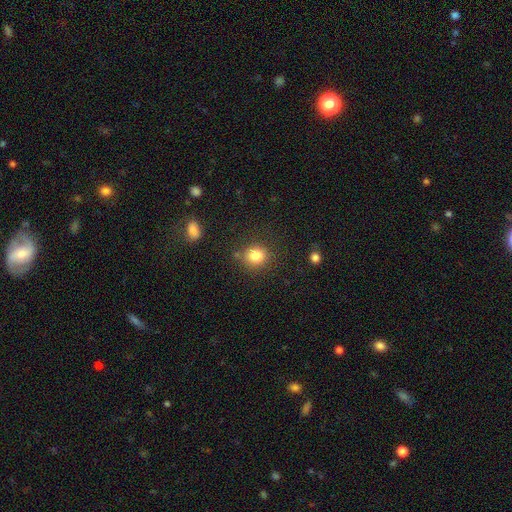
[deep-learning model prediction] A smooth galaxy with no disk features (82%) that is round (81%).

Vote fractions:
- Smooth or featured? smooth: 82% / star or artifact: 11% / featured or disk: 7%
- How rounded? round: 81% / in between: 18% / cigar-shaped: 1%
- Merging? none: 80% / minor disturbance: 12% / merger: 4% / major disturbance: 4%